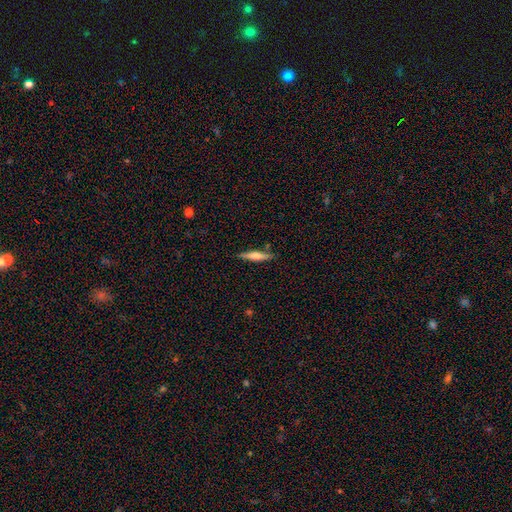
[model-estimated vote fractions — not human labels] featured or disk 48%, smooth 46%, star or artifact 6%. Down the decision tree: merging — none (86%).